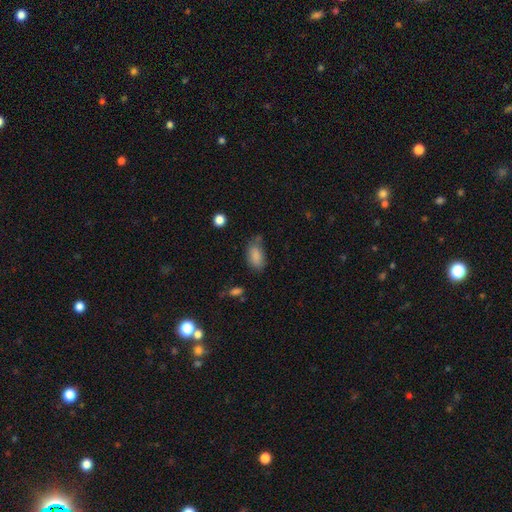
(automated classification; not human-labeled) This is clearly a smooth galaxy (85%). How rounded: clearly in between (92%). Merging: possibly none (58%).